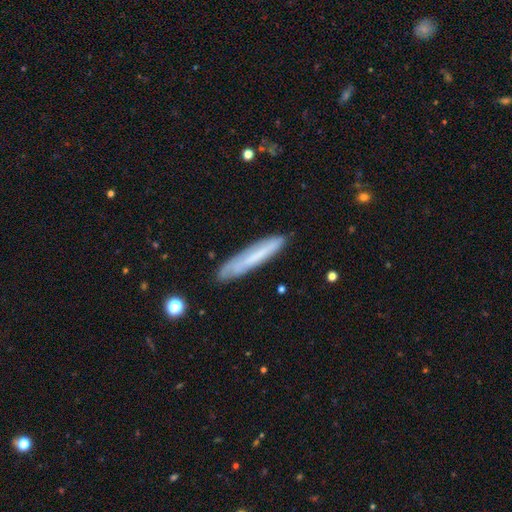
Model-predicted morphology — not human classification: Q: Smooth or featured?
A: smooth (53%); runner-up: featured or disk (39%)
Q: How rounded?
A: cigar-shaped (90%); runner-up: in between (8%)
Q: Merging?
A: none (79%); runner-up: minor disturbance (15%)